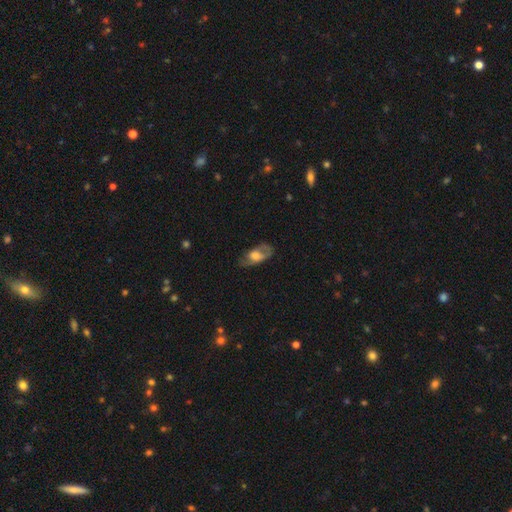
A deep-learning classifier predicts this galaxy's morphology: Overall: featured or disk (50%; smooth 43%). Merging: none (54%; minor disturbance 26%).